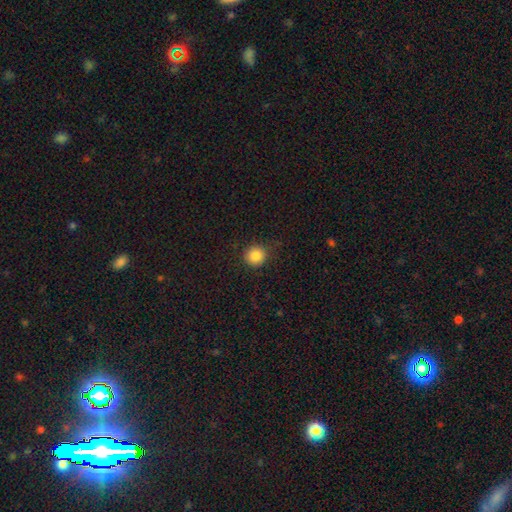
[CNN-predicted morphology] Smooth or featured?
  - smooth: 85% *
  - star or artifact: 10%
  - featured or disk: 4%
How rounded?
  - round: 92% *
  - in between: 7%
  - cigar-shaped: 1%
Merging?
  - none: 86% *
  - minor disturbance: 10%
  - major disturbance: 3%
  - merger: 1%